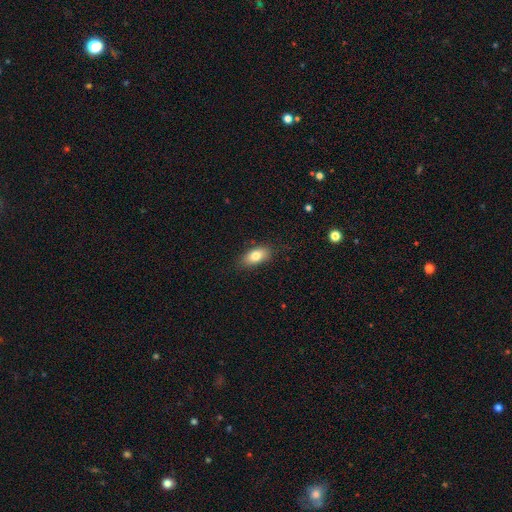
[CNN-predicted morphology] smooth_or_featured: smooth (p=0.79) [alt: featured or disk p=0.13]
how_rounded: in between (p=0.88) [alt: cigar-shaped p=0.08]
merging: none (p=0.85) [alt: minor disturbance p=0.12]